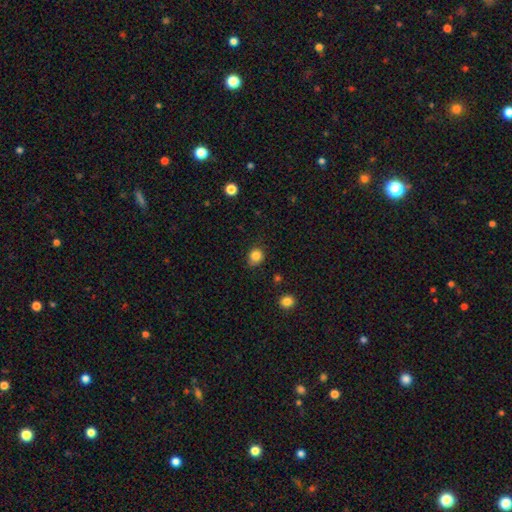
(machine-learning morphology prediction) This appears to be a smooth galaxy with no disk features (84%) that is round (79%). Merging: none (79%).